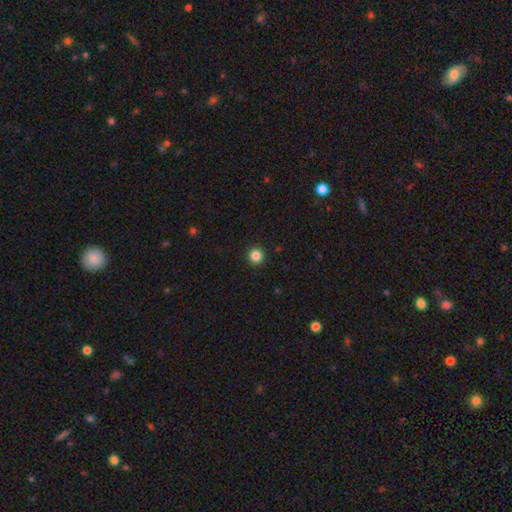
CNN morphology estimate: Smooth or featured? smooth (85%)
How rounded? round (95%)
Merging? none (93%)